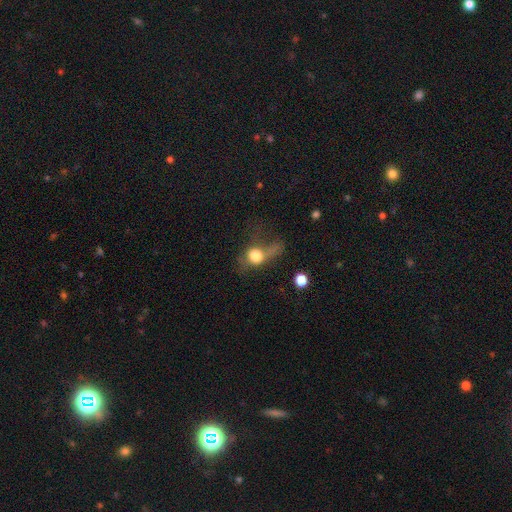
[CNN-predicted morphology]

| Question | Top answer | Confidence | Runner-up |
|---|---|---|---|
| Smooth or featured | smooth | 66% | featured or disk (23%) |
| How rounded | round | 61% | in between (35%) |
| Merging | major disturbance | 54% | none (22%) |